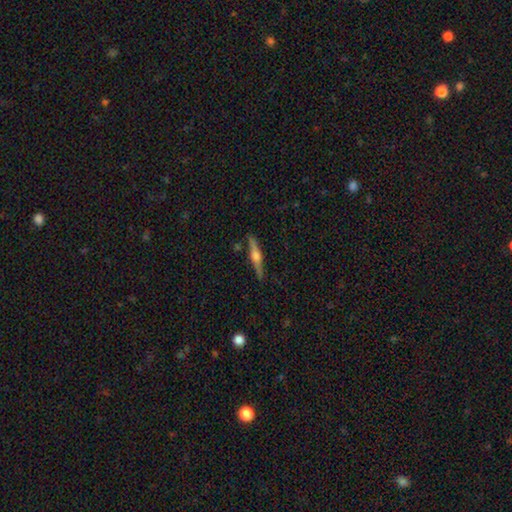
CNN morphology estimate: smooth-or-featured: featured or disk: 73% | smooth: 21% | star or artifact: 6%
  disk-edge-on: yes: 98% | no: 2%
    edge-on-bulge: rounded: 90% | boxy: 7% | none: 3%
  merging: none: 88% | minor disturbance: 9% | major disturbance: 2% | merger: 2%